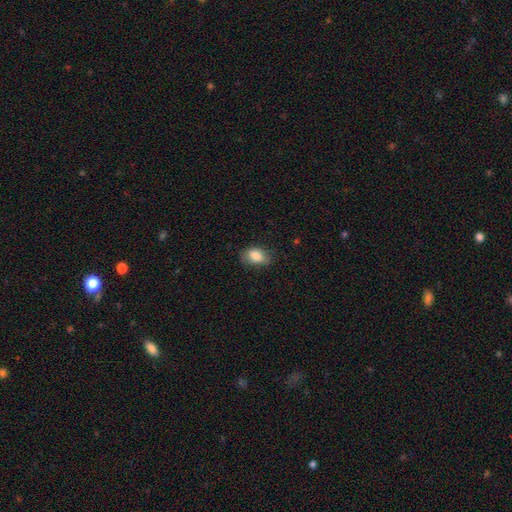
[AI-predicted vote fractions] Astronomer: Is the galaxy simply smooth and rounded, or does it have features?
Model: smooth — 84%.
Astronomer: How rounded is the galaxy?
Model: in between — 83%.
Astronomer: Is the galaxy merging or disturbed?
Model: none — 74%.